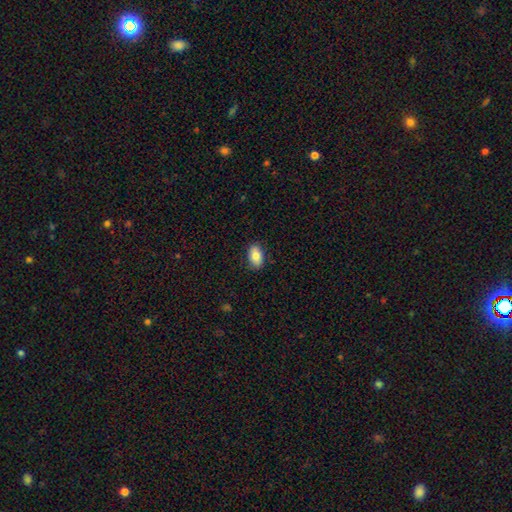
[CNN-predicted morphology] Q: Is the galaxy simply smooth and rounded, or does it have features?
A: smooth — 81%.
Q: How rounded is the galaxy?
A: in between — 91%.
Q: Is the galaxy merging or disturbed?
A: none — 87%.